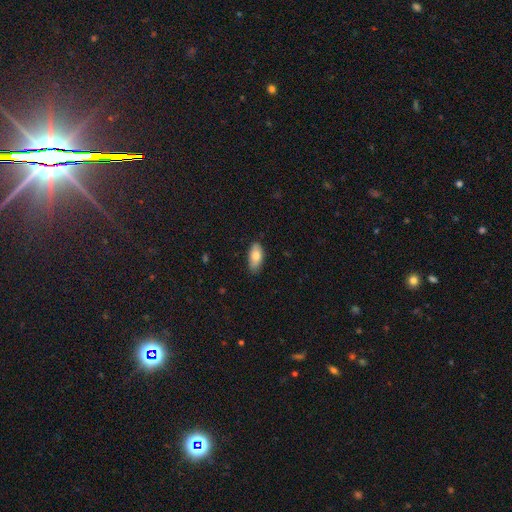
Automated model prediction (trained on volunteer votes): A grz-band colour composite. It shows a smooth galaxy with no disk features (78%) that is in between round and cigar-shaped (89%). Merging: none (83%).